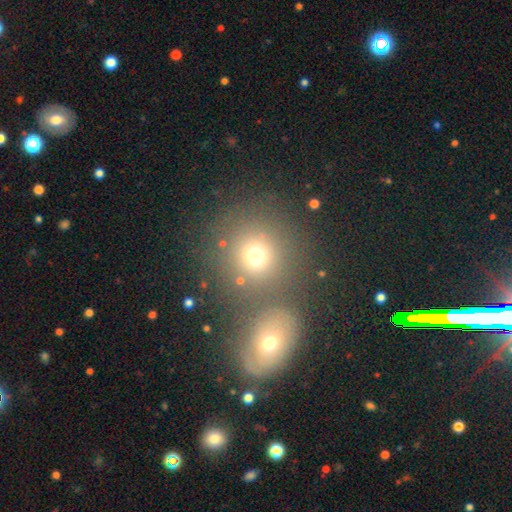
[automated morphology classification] This appears to be a smooth galaxy with no disk features (71%) that is round (88%). Merging: none (59%).